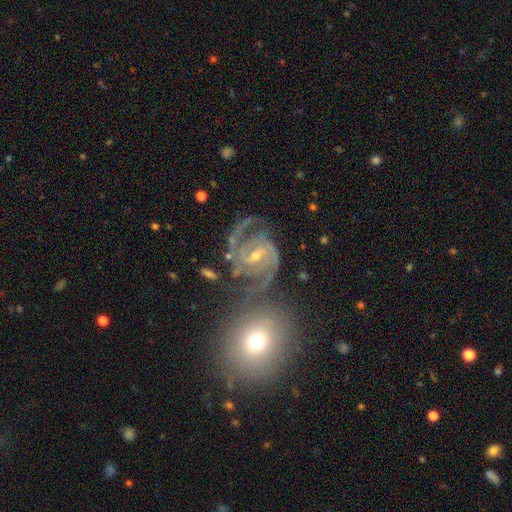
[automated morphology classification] Q: Smooth or featured?
A: featured or disk (89%); runner-up: star or artifact (6%)
Q: Edge-on disk?
A: no (98%); runner-up: yes (2%)
Q: Bar?
A: weak (47%); runner-up: strong (29%)
Q: Spiral arms?
A: yes (98%); runner-up: no (2%)
Q: Spiral winding?
A: medium (49%); runner-up: tight (42%)
Q: Spiral arm count?
A: 2 (55%); runner-up: 3 (23%)
Q: Bulge size?
A: small (64%); runner-up: moderate (32%)
Q: Merging?
A: none (62%); runner-up: minor disturbance (17%)